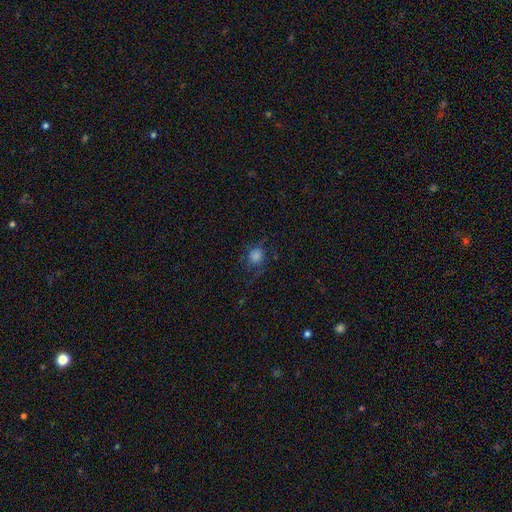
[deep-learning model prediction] Smooth or featured? smooth (63%)
How rounded? round (77%)
Merging? none (61%)